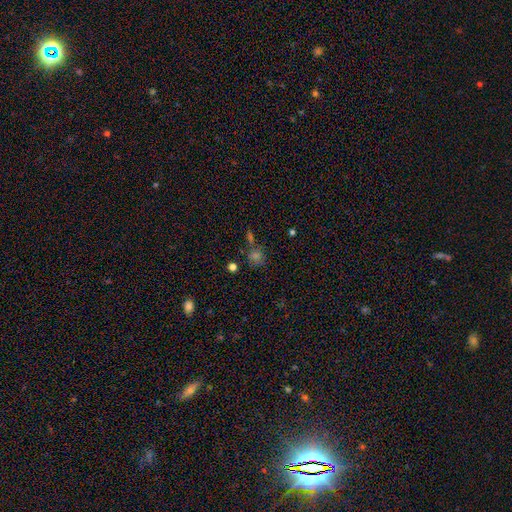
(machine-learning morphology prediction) Smooth or featured? smooth (52%)
How rounded? round (81%)
Merging? none (65%)